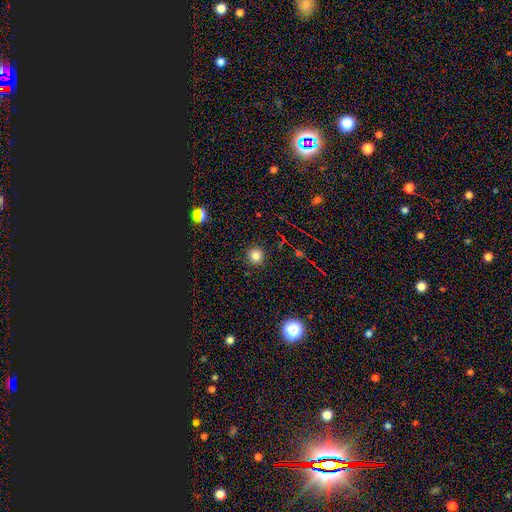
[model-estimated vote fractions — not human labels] Smooth or featured: smooth — 80% (star or artifact — 14%)
How rounded: round — 94% (in between — 5%)
Merging: none — 91% (minor disturbance — 5%)